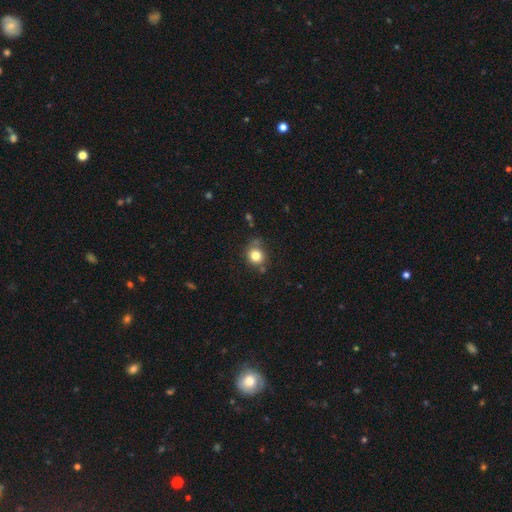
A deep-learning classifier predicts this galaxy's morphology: Smooth or featured?
  - smooth: 81% *
  - star or artifact: 11%
  - featured or disk: 8%
How rounded?
  - round: 80% *
  - in between: 19%
  - cigar-shaped: 1%
Merging?
  - none: 69% *
  - minor disturbance: 19%
  - merger: 7%
  - major disturbance: 5%